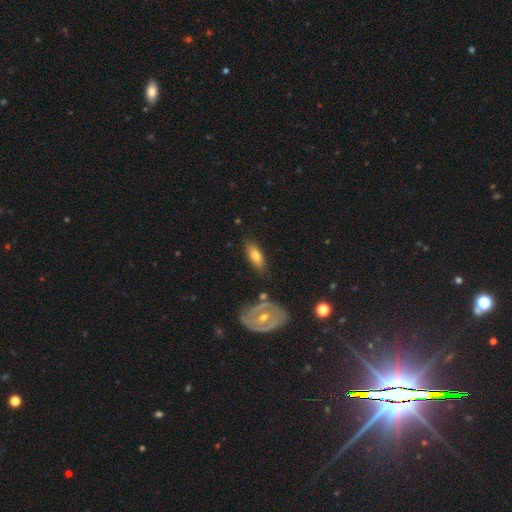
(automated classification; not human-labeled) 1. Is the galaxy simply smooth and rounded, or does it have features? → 61% smooth, 32% featured or disk, 7% star or artifact.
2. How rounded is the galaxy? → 72% in between, 25% cigar-shaped, 4% round.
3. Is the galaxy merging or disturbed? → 76% none, 16% minor disturbance, 5% merger, 4% major disturbance.